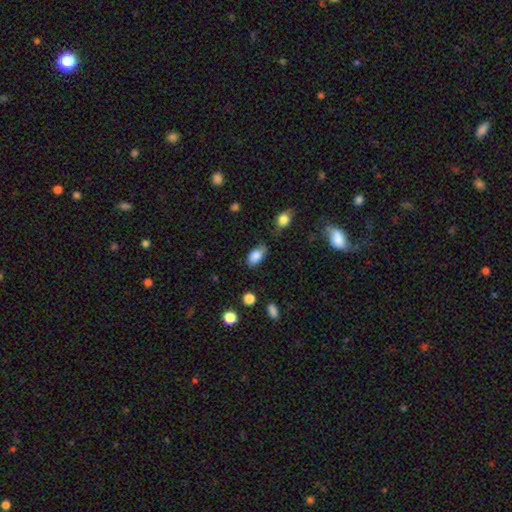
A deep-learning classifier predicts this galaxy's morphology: smooth 84%, featured or disk 8%, star or artifact 8%. Down the decision tree: how rounded — in between (92%); merging — none (61%).